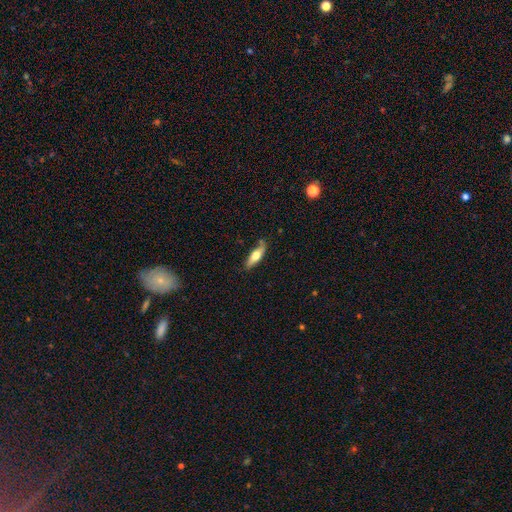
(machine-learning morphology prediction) This is possibly a smooth galaxy (59%). How rounded: possibly cigar-shaped (52%). Merging: likely none (75%).